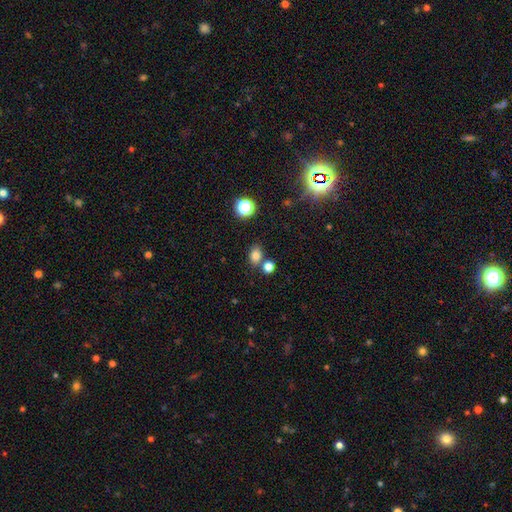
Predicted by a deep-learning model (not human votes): The model was most divided on "how rounded": in between: 62%, round: 37%, cigar-shaped: 1%. More confident: smooth or featured — smooth (79%); merging — none (68%).